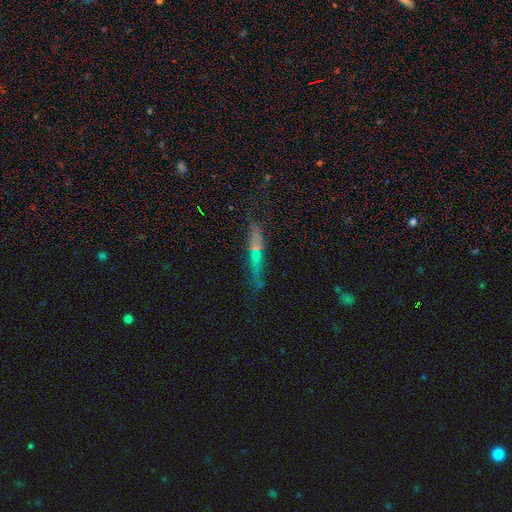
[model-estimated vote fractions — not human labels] Overall: smooth (42%, tied with featured or disk). Merging: none (63%).